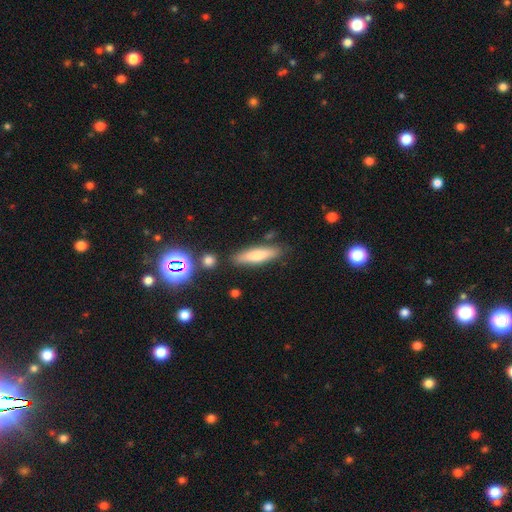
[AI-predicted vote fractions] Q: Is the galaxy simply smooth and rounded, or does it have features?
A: smooth — 69%.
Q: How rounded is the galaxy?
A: cigar-shaped — 71%.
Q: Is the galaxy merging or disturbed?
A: none — 82%.